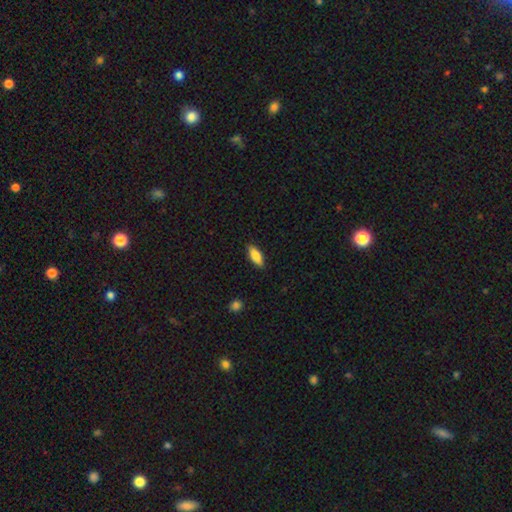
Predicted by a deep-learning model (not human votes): smooth-or-featured: smooth: 86% | featured or disk: 8% | star or artifact: 6%
  how-rounded: in between: 72% | cigar-shaped: 26% | round: 2%
  merging: none: 87% | minor disturbance: 10% | major disturbance: 2% | merger: 1%